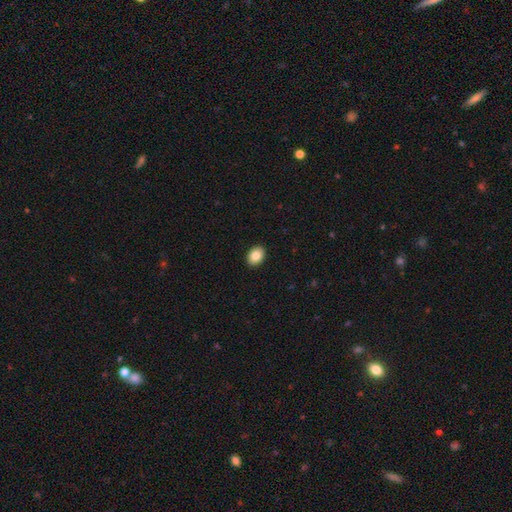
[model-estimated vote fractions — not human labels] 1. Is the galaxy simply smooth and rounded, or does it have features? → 85% smooth, 8% star or artifact, 7% featured or disk.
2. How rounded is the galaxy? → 70% in between, 29% round, 1% cigar-shaped.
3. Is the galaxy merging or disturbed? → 92% none, 6% minor disturbance, 2% major disturbance, 1% merger.